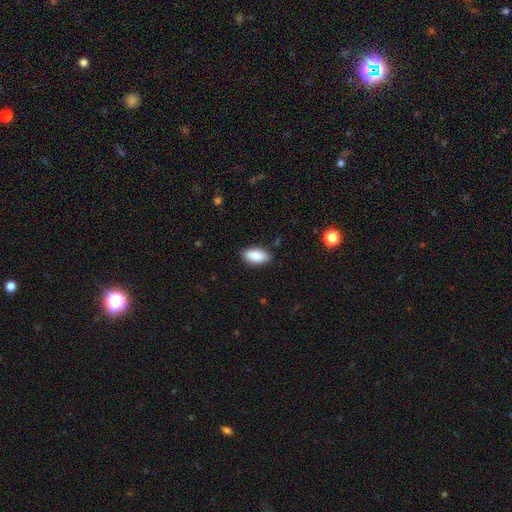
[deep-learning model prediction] A smooth galaxy with no disk features (88%) that is in between round and cigar-shaped (90%).

Vote fractions:
- Smooth or featured? smooth: 88% / star or artifact: 6% / featured or disk: 6%
- How rounded? in between: 90% / cigar-shaped: 7% / round: 3%
- Merging? none: 86% / minor disturbance: 11% / major disturbance: 2% / merger: 1%